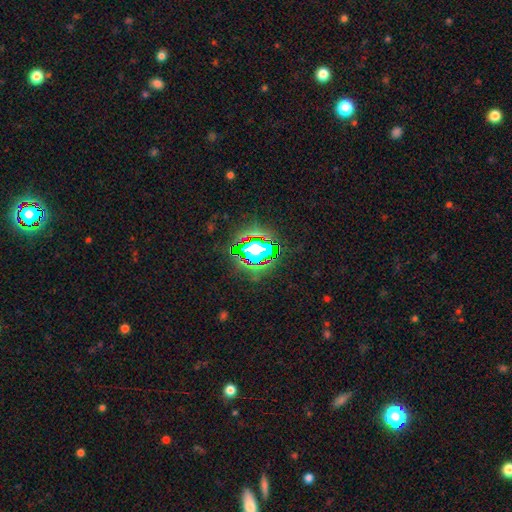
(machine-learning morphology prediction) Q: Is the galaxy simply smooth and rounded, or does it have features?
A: star or artifact — 80%.